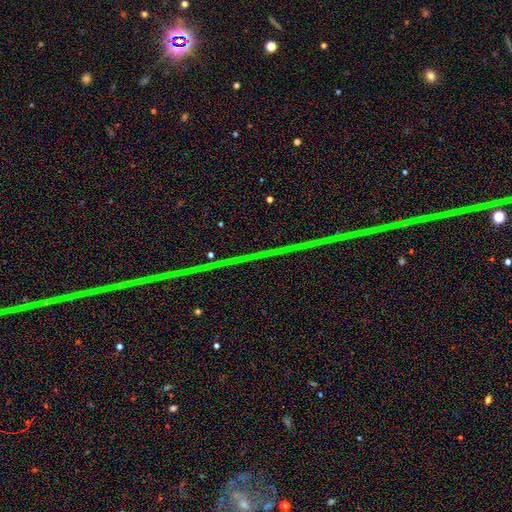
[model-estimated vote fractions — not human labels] smooth-or-featured: star or artifact: 90% | featured or disk: 6% | smooth: 4%